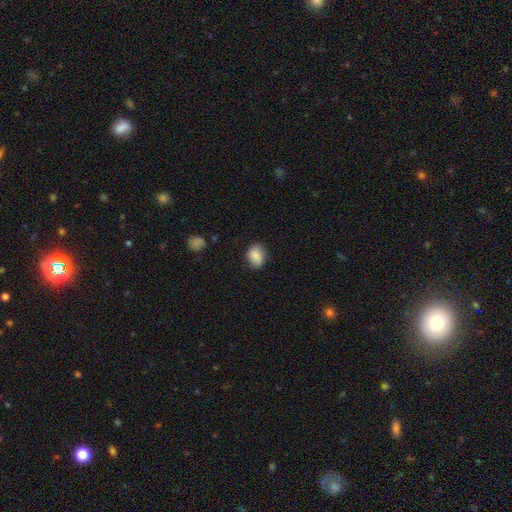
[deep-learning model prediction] Overall: smooth (85%). How rounded: in between (67%; round 32%). Merging: none (75%).